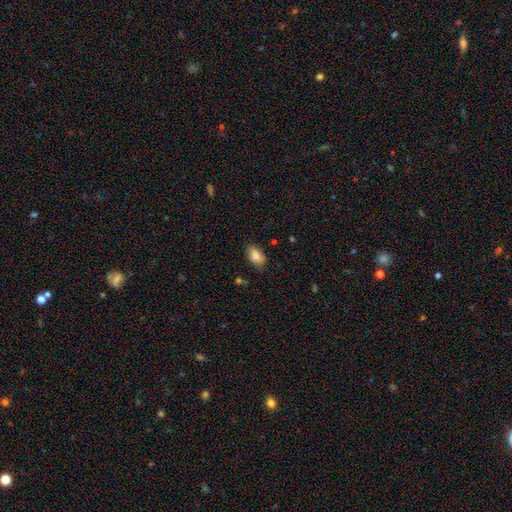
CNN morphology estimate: smooth_or_featured: smooth (p=0.85) [alt: star or artifact p=0.08]
how_rounded: in between (p=0.91) [alt: round p=0.07]
merging: none (p=0.76) [alt: minor disturbance p=0.18]